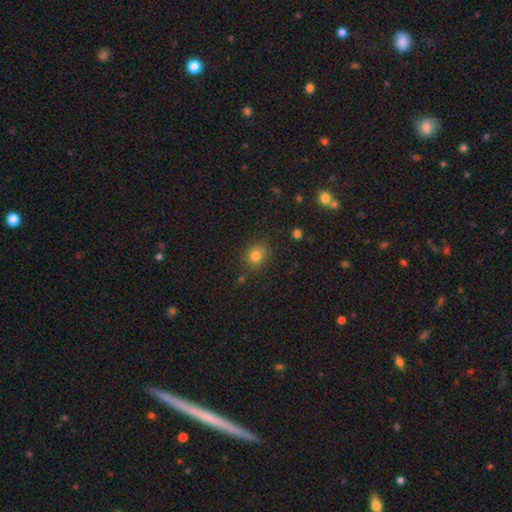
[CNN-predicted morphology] Smooth or featured? Predicted: smooth (p=0.81). How rounded? Predicted: round (p=0.64). Merging? Predicted: none (p=0.80).